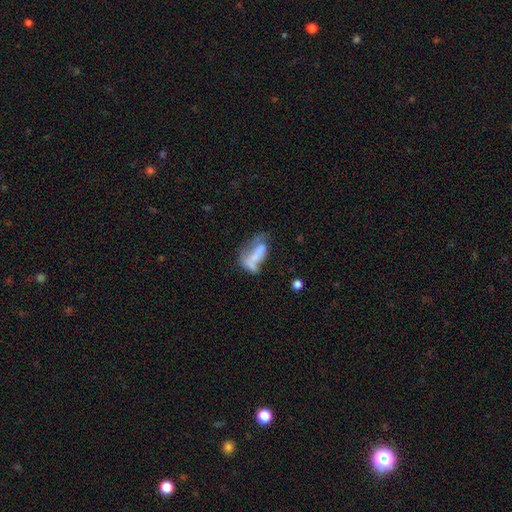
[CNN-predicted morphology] smooth_or_featured: smooth (p=0.55) [alt: featured or disk p=0.35]
how_rounded: in between (p=0.77) [alt: cigar-shaped p=0.19]
merging: major disturbance (p=0.36) [alt: merger p=0.26]